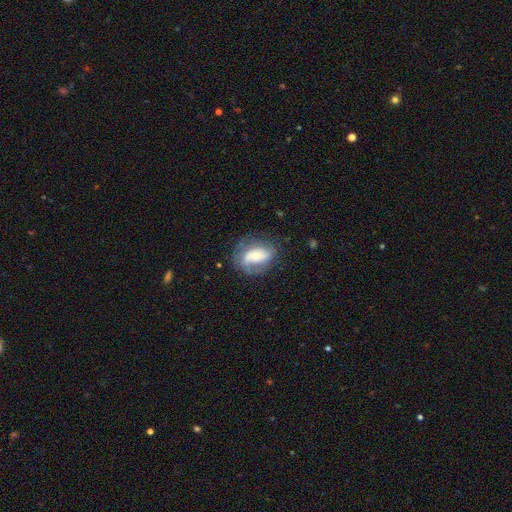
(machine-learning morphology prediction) This appears to be a featured or disk galaxy (57%) with no bar (58%), spiral arms (68%) and a moderate central bulge (48%). Merging: none (62%).